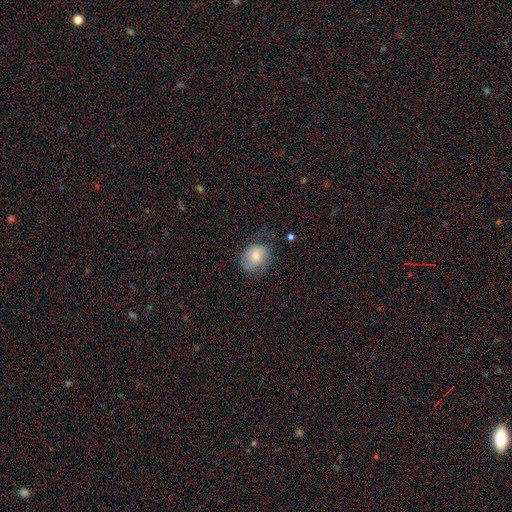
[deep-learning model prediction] Overall: smooth (76%). How rounded: round (61%; in between 39%). Merging: none (50%; minor disturbance 31%).